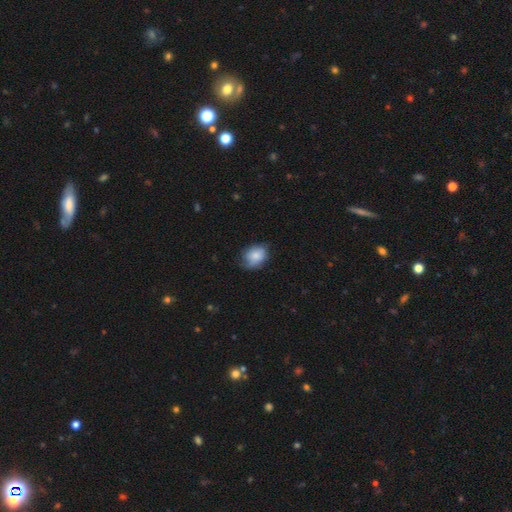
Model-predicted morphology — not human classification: Smooth or featured?
  - smooth: 78% *
  - featured or disk: 15%
  - star or artifact: 7%
How rounded?
  - in between: 60% *
  - round: 39%
  - cigar-shaped: 1%
Merging?
  - none: 56% *
  - minor disturbance: 33%
  - major disturbance: 9%
  - merger: 1%